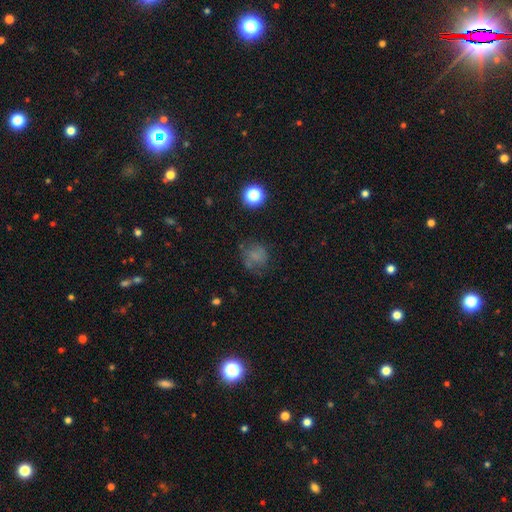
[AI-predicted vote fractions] Morphology: type=smooth (60%); roundness=round (74%); merging=none (57%).